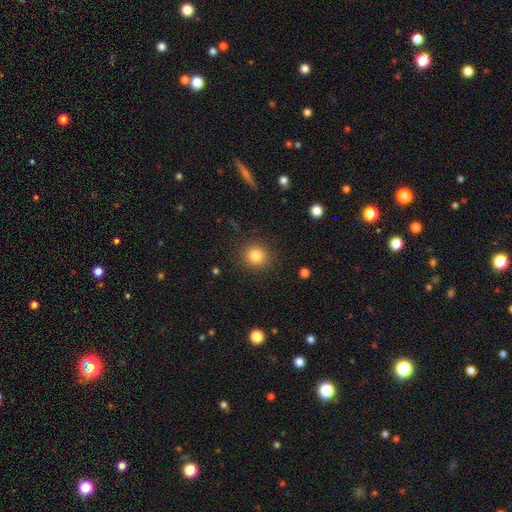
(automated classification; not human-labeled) Overall: smooth (83%). How rounded: round (90%). Merging: none (89%).